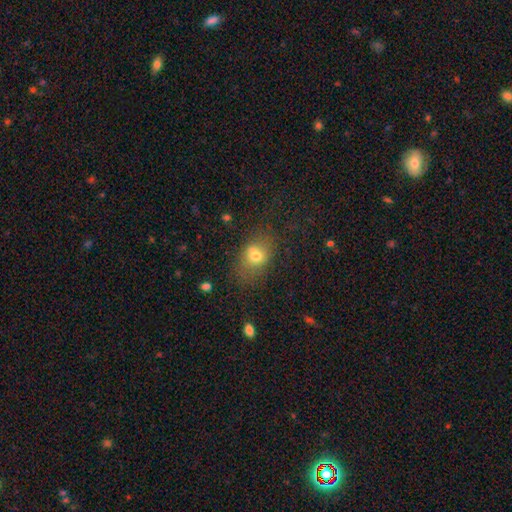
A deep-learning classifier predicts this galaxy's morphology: This is likely a smooth galaxy (70%). How rounded: possibly in between (59%). Merging: possibly none (57%).